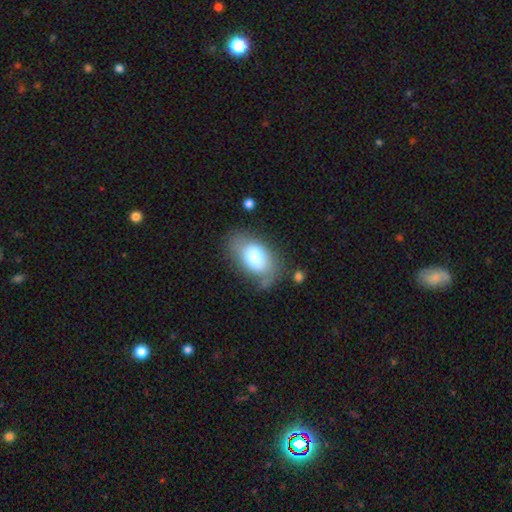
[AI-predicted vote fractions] The model was most divided on "merging": none: 66%, minor disturbance: 21%, major disturbance: 8%, merger: 4%. More confident: how rounded — in between (90%); smooth or featured — smooth (72%).